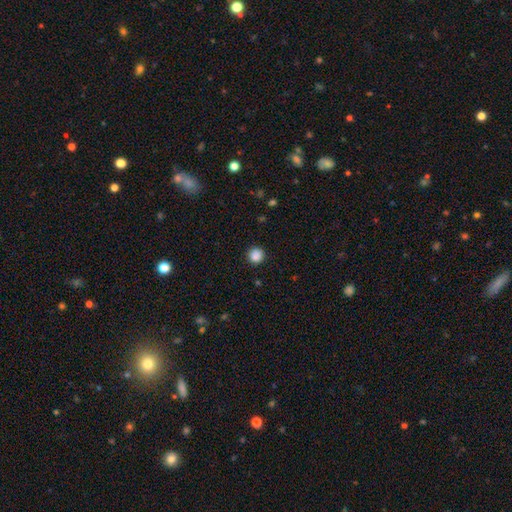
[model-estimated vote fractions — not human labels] Morphology: type=smooth (87%); roundness=round (94%); merging=none (91%).